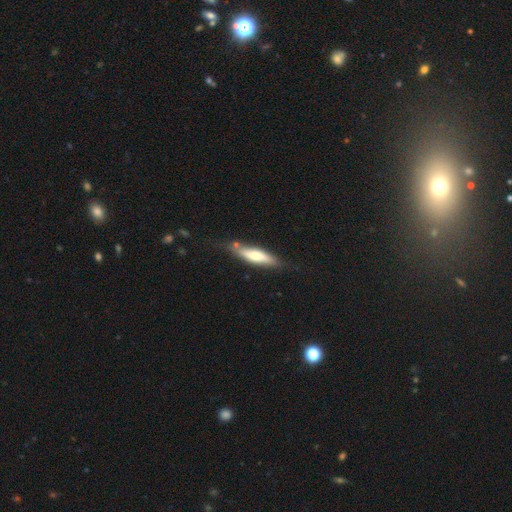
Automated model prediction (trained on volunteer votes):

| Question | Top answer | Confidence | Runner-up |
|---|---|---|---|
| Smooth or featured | smooth | 61% | featured or disk (33%) |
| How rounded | cigar-shaped | 73% | in between (25%) |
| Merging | none | 65% | minor disturbance (23%) |